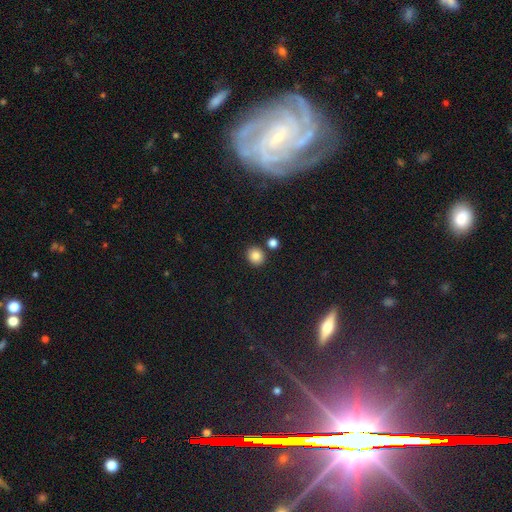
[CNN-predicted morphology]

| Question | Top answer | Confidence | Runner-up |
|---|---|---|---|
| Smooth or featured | smooth | 84% | star or artifact (11%) |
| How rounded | round | 82% | in between (17%) |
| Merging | none | 83% | merger (7%) |